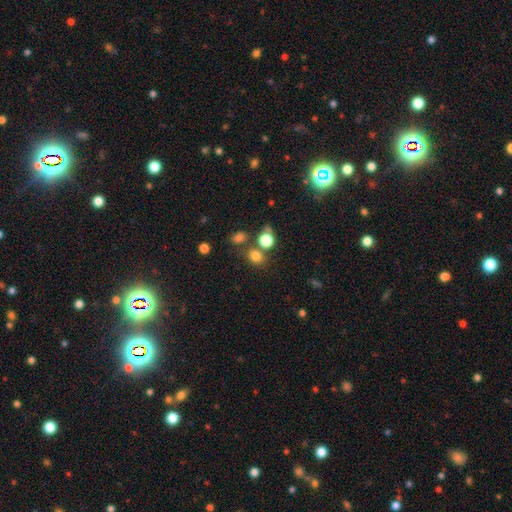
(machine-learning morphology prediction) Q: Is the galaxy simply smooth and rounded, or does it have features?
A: smooth — 77%.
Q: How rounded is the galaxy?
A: round — 64%.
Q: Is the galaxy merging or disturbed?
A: none — 64%.